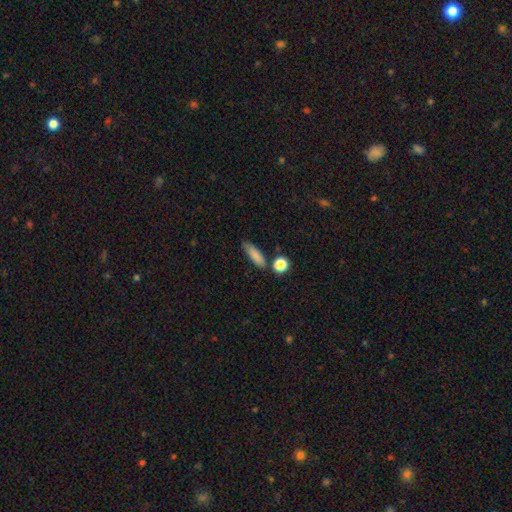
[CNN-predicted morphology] A smooth galaxy with no disk features (82%) that is cigar-shaped (49%). Merging: none (70%).